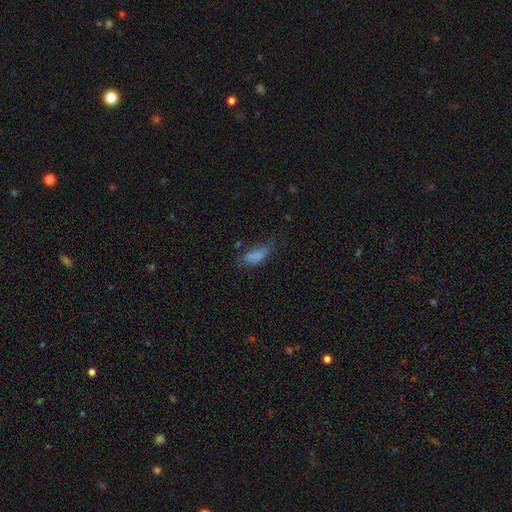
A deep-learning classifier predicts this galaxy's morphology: Smooth or featured: smooth — 77% (featured or disk — 12%)
How rounded: in between — 82% (cigar-shaped — 14%)
Merging: none — 44% (minor disturbance — 32%)